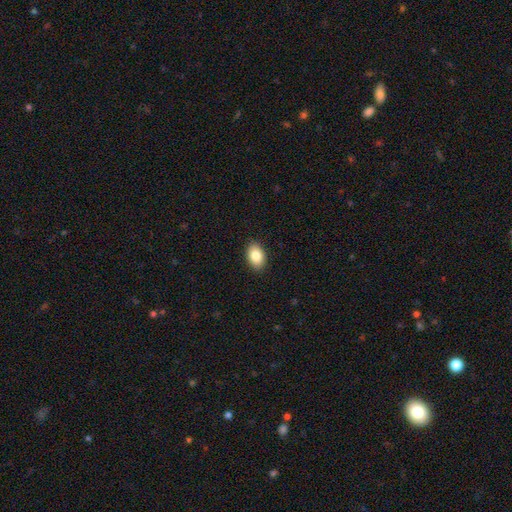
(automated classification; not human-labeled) A smooth galaxy with no disk features (85%) that is in between round and cigar-shaped (85%).

Vote fractions:
- Smooth or featured? smooth: 85% / star or artifact: 8% / featured or disk: 7%
- How rounded? in between: 85% / round: 14% / cigar-shaped: 1%
- Merging? none: 90% / minor disturbance: 8% / major disturbance: 2% / merger: 1%